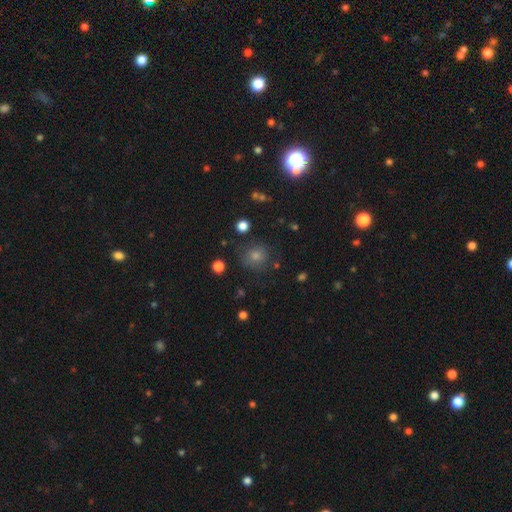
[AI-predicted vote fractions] Smooth or featured? smooth (61%)
How rounded? round (90%)
Merging? none (84%)